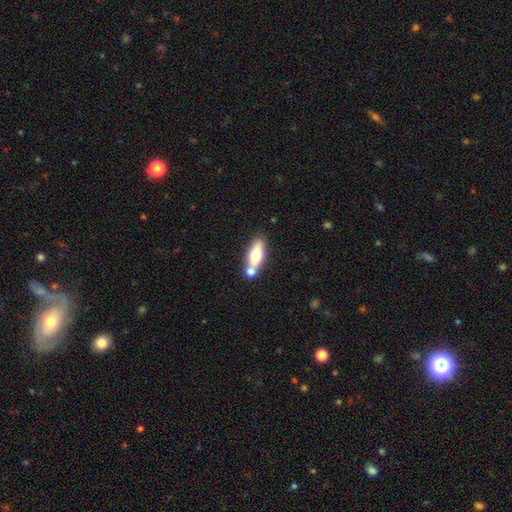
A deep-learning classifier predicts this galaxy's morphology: type=smooth (61%); roundness=in between (62%); merging=none (55%).